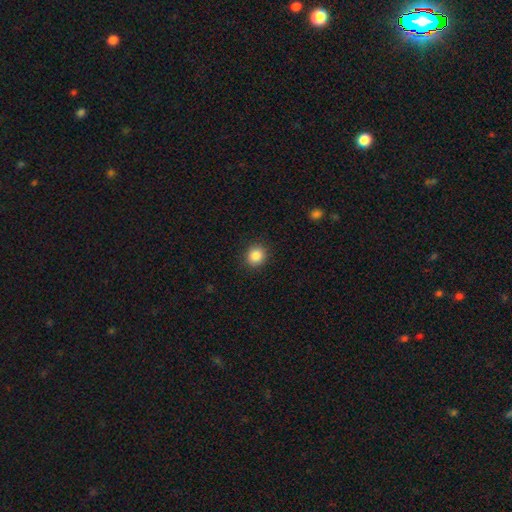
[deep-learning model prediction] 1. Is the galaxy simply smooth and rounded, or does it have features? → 87% smooth, 10% star or artifact, 4% featured or disk.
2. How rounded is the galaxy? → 83% round, 16% in between, 1% cigar-shaped.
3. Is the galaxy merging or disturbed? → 90% none, 7% minor disturbance, 2% major disturbance, 1% merger.